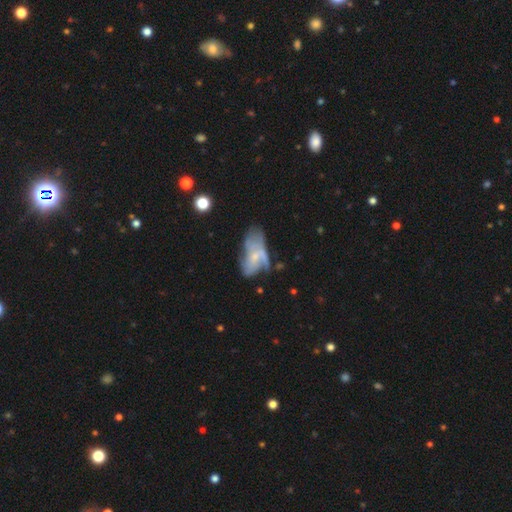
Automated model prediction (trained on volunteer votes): smooth-or-featured: featured or disk: 62% | smooth: 30% | star or artifact: 9%
  disk-edge-on: no: 95% | yes: 5%
    bar: no: 71% | weak: 25% | strong: 5%
    has-spiral-arms: yes: 62% | no: 38%
    bulge-size: small: 64% | moderate: 20% | none: 13% | large: 2% | dominant: 1%
  merging: major disturbance: 35% | none: 28% | minor disturbance: 23% | merger: 15%